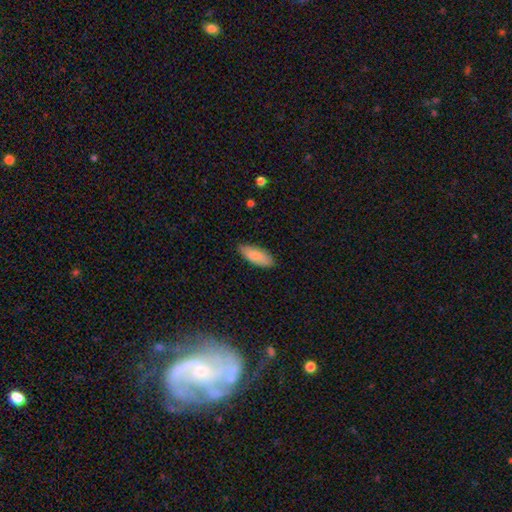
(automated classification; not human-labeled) Smooth or featured? smooth (84%)
How rounded? in between (79%)
Merging? none (82%)